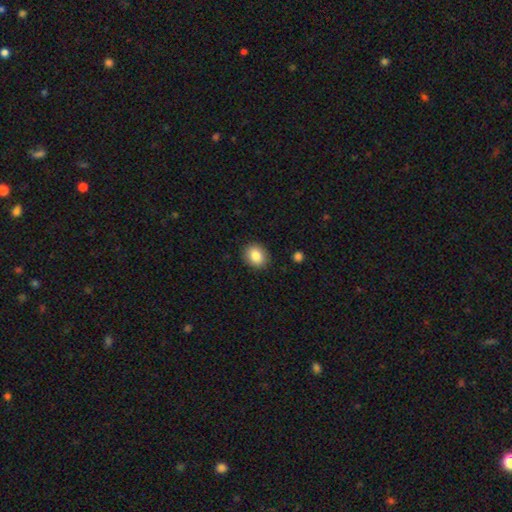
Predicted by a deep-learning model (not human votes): A smooth galaxy with no disk features (84%) that is round (62%). Merging: none (90%).